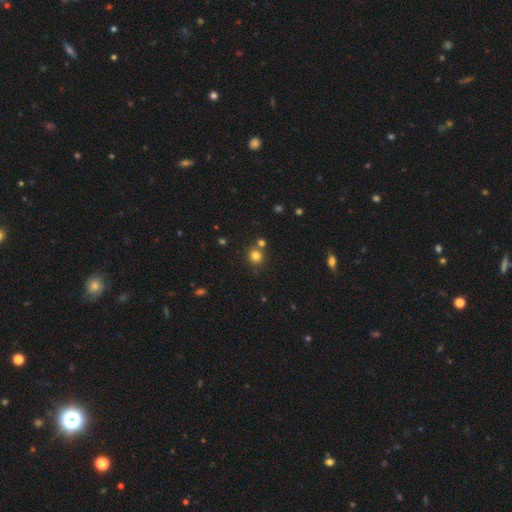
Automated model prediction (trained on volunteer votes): This is likely a smooth galaxy (79%). How rounded: clearly round (88%). Merging: likely none (72%).